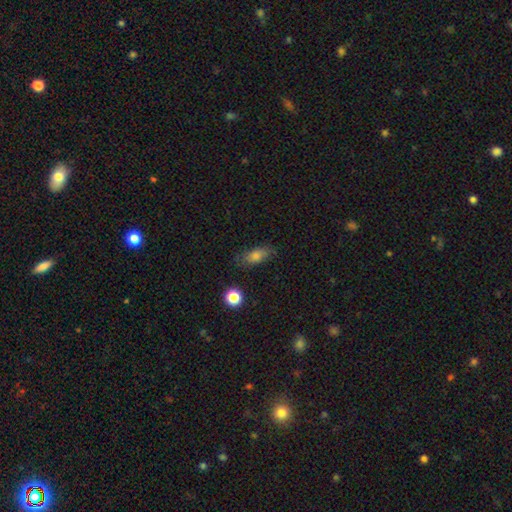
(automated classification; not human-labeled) Q: Smooth or featured?
A: smooth (75%); runner-up: featured or disk (14%)
Q: How rounded?
A: in between (77%); runner-up: cigar-shaped (16%)
Q: Merging?
A: none (75%); runner-up: minor disturbance (18%)